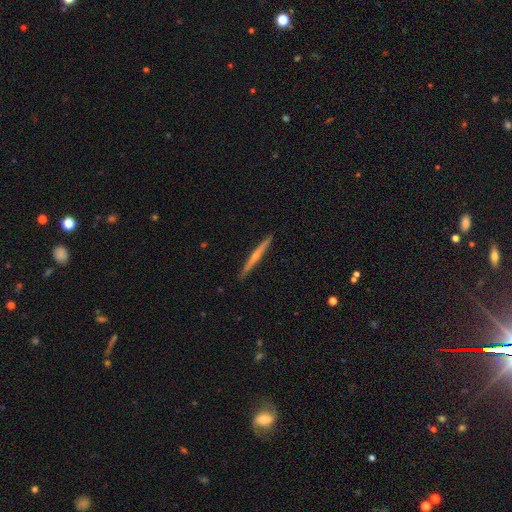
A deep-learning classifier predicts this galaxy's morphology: smooth-or-featured: featured or disk: 69% | smooth: 26% | star or artifact: 6%
  disk-edge-on: yes: 98% | no: 2%
    edge-on-bulge: rounded: 65% | none: 30% | boxy: 5%
  merging: none: 92% | minor disturbance: 6% | major disturbance: 1% | merger: 1%